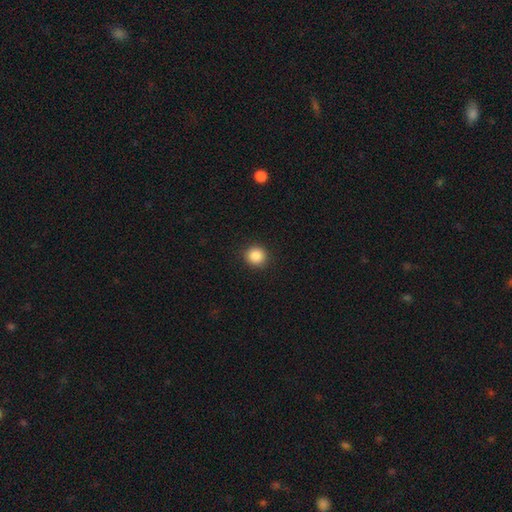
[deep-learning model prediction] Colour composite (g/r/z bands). It shows a smooth galaxy with no disk features (87%) that is round (93%). Merging: none (92%).